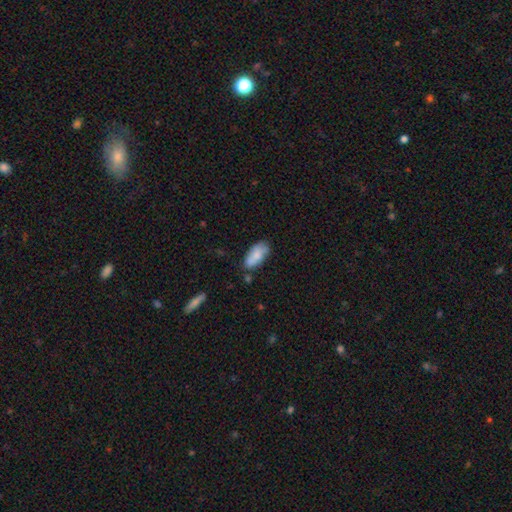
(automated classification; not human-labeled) Smooth or featured: smooth — 77% (featured or disk — 16%)
How rounded: in between — 89% (cigar-shaped — 8%)
Merging: none — 64% (minor disturbance — 23%)